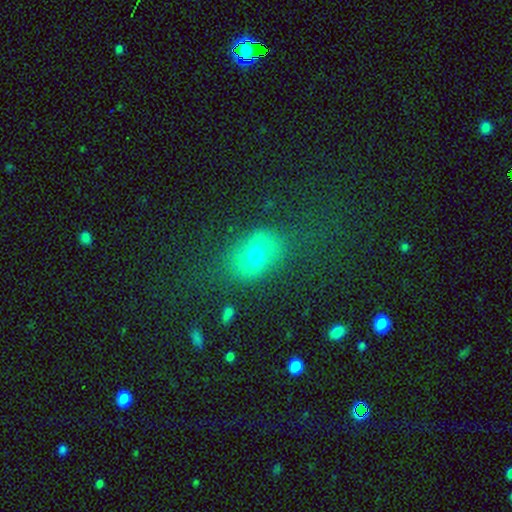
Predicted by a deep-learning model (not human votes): smooth-or-featured: smooth: 64% | featured or disk: 19% | star or artifact: 17%
  how-rounded: in between: 79% | round: 19% | cigar-shaped: 3%
  merging: none: 59% | minor disturbance: 19% | major disturbance: 13% | merger: 10%